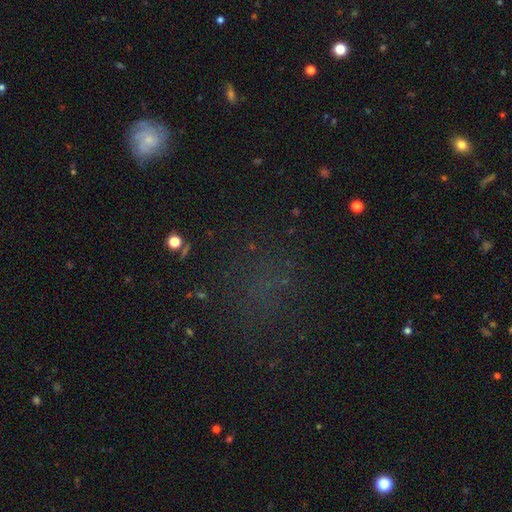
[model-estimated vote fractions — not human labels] Smooth or featured? Predicted: star or artifact (p=0.51).